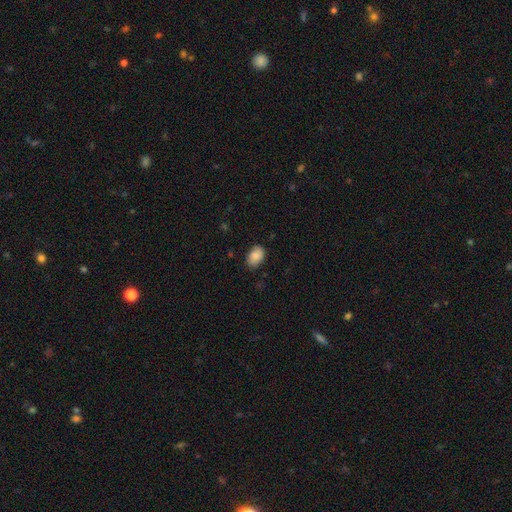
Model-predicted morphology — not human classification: Overall: smooth (85%). How rounded: in between (85%). Merging: none (77%).